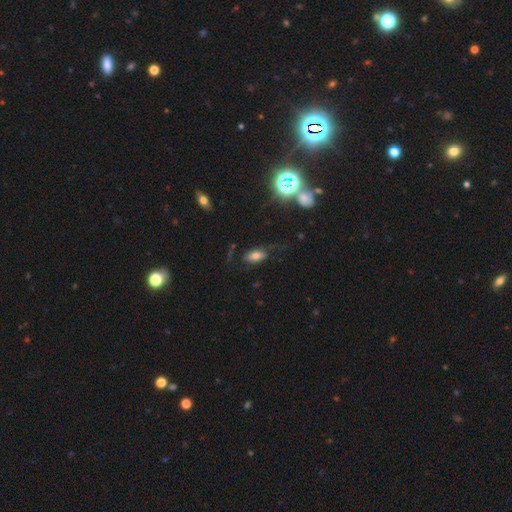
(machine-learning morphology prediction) smooth 62%, featured or disk 23%, star or artifact 14%. Down the decision tree: how rounded — in between (89%); merging — none (56%).